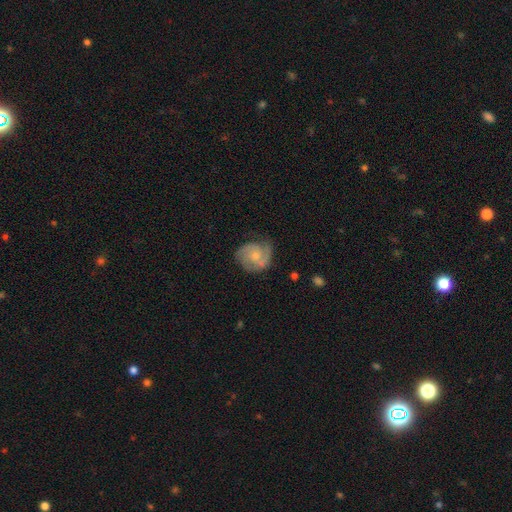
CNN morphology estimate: Smooth or featured?
  - featured or disk: 65% *
  - smooth: 29%
  - star or artifact: 6%
Edge-on disk?
  - no: 98% *
  - yes: 2%
Bar?
  - no: 72% *
  - weak: 25%
  - strong: 3%
Spiral arms?
  - yes: 90% *
  - no: 10%
Spiral winding?
  - medium: 42% *
  - tight: 40%
  - loose: 18%
Spiral arm count?
  - 2: 58% *
  - can't tell: 16%
  - 1: 11%
  - 3: 11%
  - 4: 2%
  - more than 4: 2%
Bulge size?
  - small: 53% *
  - moderate: 39%
  - none: 5%
  - large: 2%
  - dominant: 1%
Merging?
  - none: 61% *
  - minor disturbance: 25%
  - major disturbance: 11%
  - merger: 3%